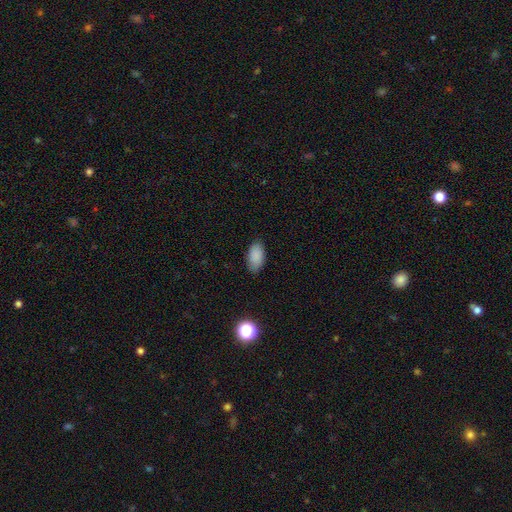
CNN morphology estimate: This appears to be a smooth galaxy with no disk features (88%) that is in between round and cigar-shaped (94%). Merging: none (84%).